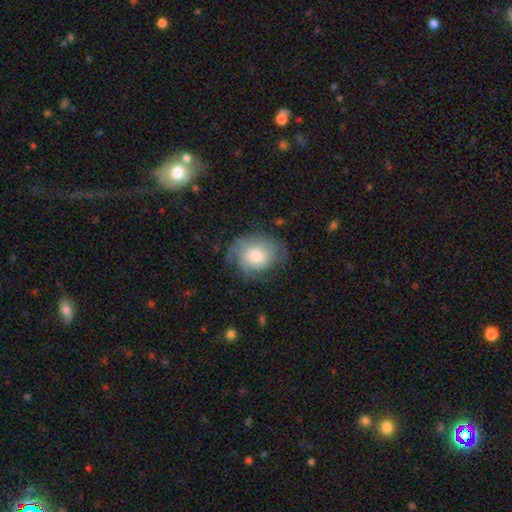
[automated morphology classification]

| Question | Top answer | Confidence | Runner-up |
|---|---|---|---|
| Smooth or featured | featured or disk | 58% | smooth (34%) |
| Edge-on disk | no | 97% | yes (3%) |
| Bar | no | 80% | weak (18%) |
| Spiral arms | yes | 87% | no (13%) |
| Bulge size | moderate | 43% | large (34%) |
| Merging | none | 65% | minor disturbance (22%) |